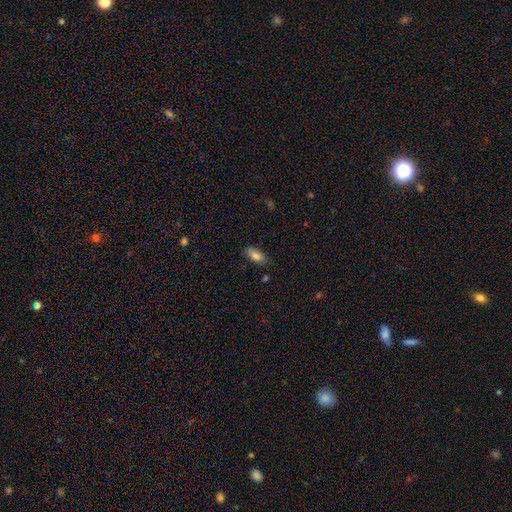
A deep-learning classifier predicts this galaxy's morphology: type=smooth (83%); roundness=in between (87%); merging=none (77%).